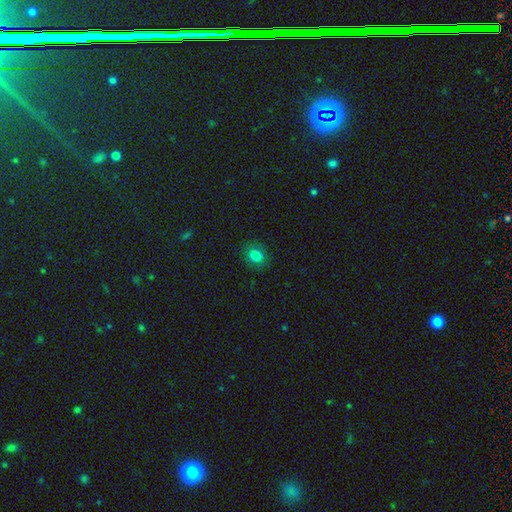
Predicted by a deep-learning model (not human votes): Q: Smooth or featured?
A: smooth (82%); runner-up: star or artifact (13%)
Q: How rounded?
A: round (54%); runner-up: in between (45%)
Q: Merging?
A: none (87%); runner-up: minor disturbance (10%)